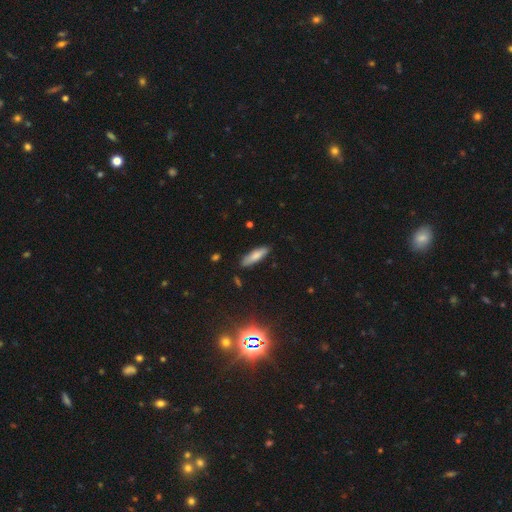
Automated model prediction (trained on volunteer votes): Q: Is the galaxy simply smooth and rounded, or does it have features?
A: smooth — 78%.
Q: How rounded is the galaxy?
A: cigar-shaped — 62%.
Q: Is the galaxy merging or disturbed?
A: none — 85%.